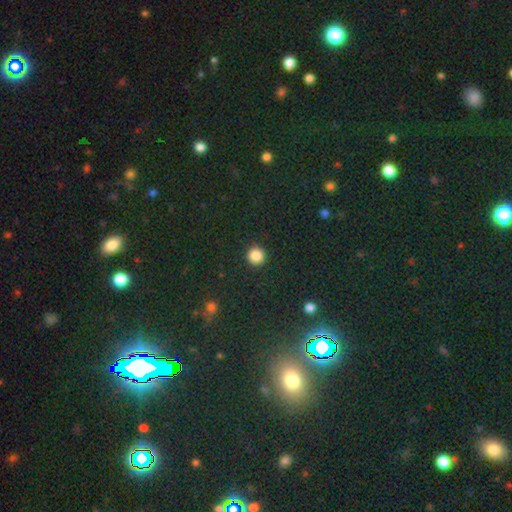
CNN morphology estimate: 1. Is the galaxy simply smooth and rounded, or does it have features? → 86% smooth, 11% star or artifact, 3% featured or disk.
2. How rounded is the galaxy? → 95% round, 4% in between, 1% cigar-shaped.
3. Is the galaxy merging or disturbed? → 92% none, 5% minor disturbance, 2% major disturbance, 1% merger.